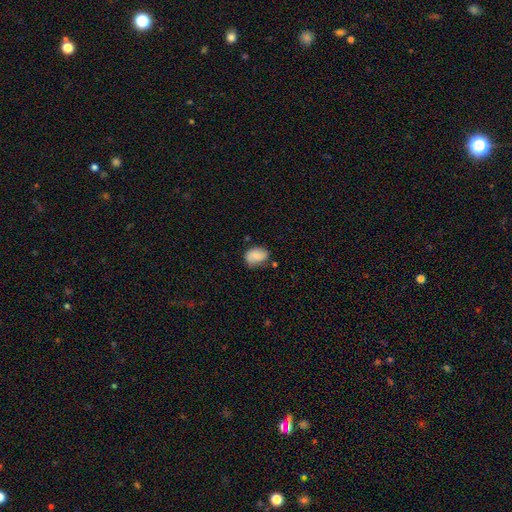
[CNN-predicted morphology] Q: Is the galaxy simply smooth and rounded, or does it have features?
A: smooth — 81%.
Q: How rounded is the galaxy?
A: in between — 73%.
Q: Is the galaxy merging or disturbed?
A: none — 59%.